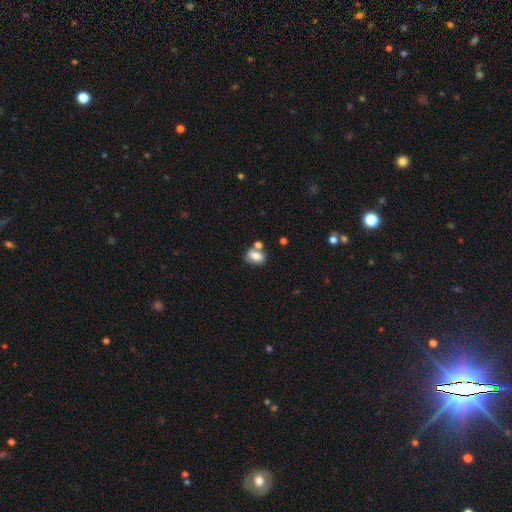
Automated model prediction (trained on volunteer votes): Smooth or featured: smooth — 74% (featured or disk — 16%)
How rounded: in between — 81% (round — 16%)
Merging: none — 47% (merger — 32%)